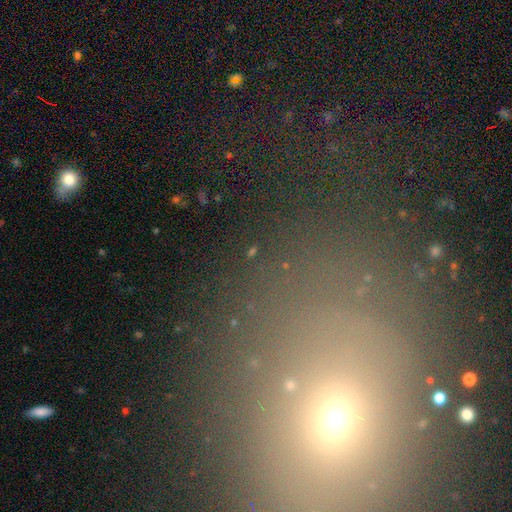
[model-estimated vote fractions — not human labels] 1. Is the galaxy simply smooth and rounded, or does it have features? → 63% star or artifact, 22% smooth, 14% featured or disk.